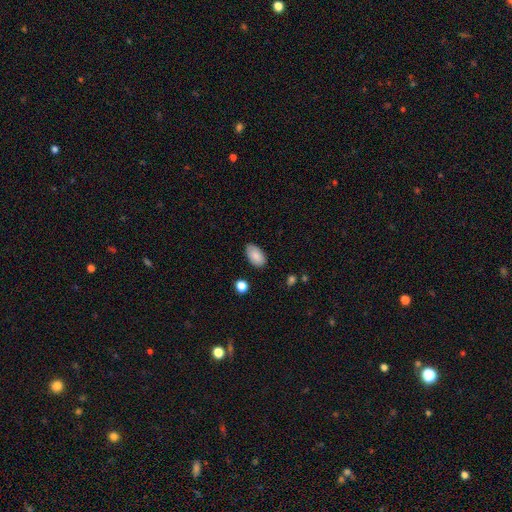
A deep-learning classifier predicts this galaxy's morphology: Smooth or featured?
  - smooth: 86% *
  - star or artifact: 7%
  - featured or disk: 7%
How rounded?
  - in between: 94% *
  - round: 4%
  - cigar-shaped: 1%
Merging?
  - none: 82% *
  - minor disturbance: 14%
  - major disturbance: 2%
  - merger: 1%